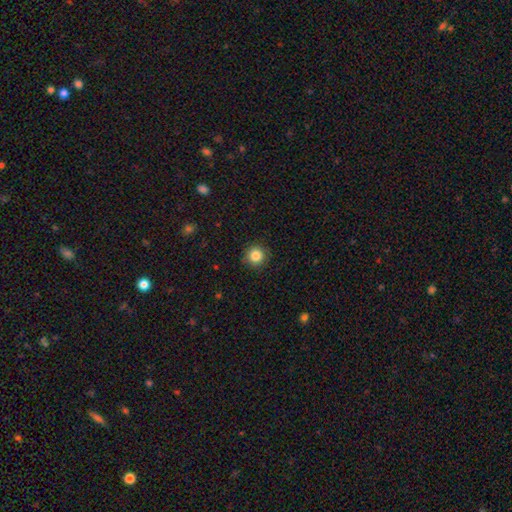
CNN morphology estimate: A smooth galaxy with no disk features (85%) that is round (95%). Merging: none (90%).